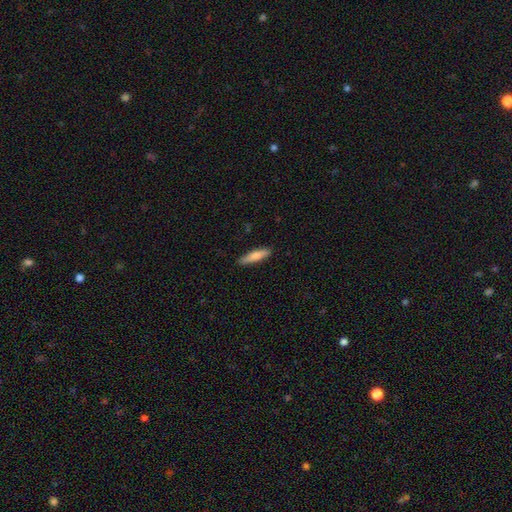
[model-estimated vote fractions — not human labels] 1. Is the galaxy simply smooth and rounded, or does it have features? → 76% smooth, 18% featured or disk, 6% star or artifact.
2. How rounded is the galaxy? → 76% cigar-shaped, 22% in between, 2% round.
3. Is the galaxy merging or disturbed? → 88% none, 9% minor disturbance, 2% major disturbance, 1% merger.